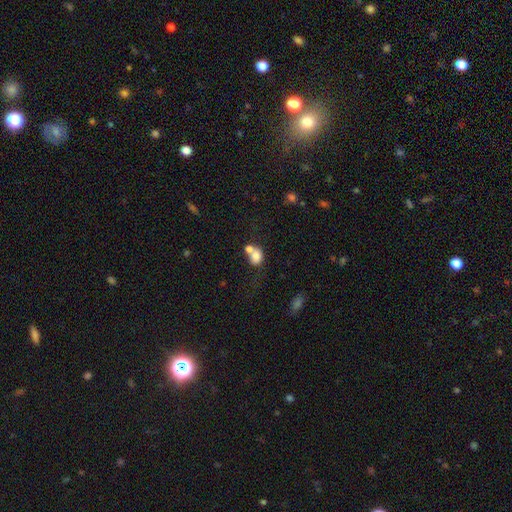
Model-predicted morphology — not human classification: A smooth galaxy with no disk features (76%) that is round (51%). Merging: merger (50%).